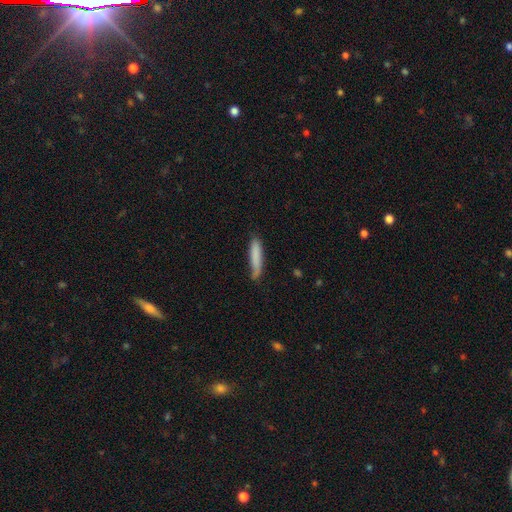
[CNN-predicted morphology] This is clearly a smooth galaxy (82%). How rounded: clearly cigar-shaped (86%). Merging: likely none (69%).